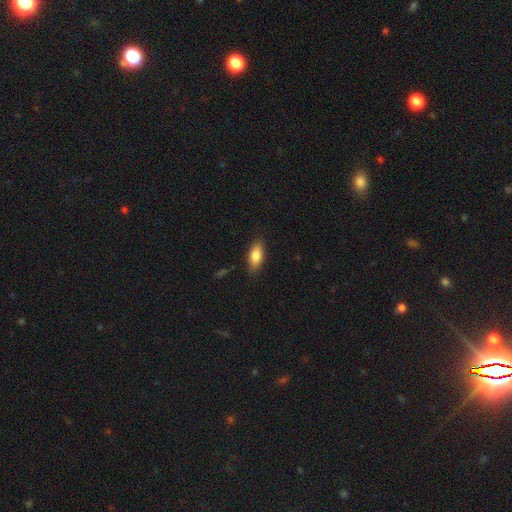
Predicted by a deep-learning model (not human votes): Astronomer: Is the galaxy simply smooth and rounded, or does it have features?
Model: smooth — 82%.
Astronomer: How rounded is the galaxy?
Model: in between — 83%.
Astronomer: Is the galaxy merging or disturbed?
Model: none — 85%.